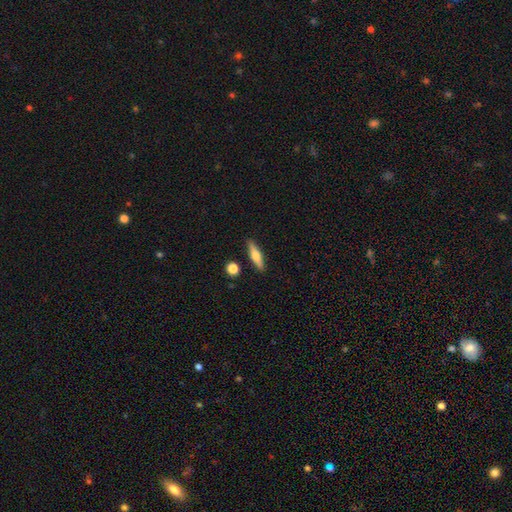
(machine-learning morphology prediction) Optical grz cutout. It shows a smooth galaxy with no disk features (53%) that is cigar-shaped (71%). Merging: none (87%).